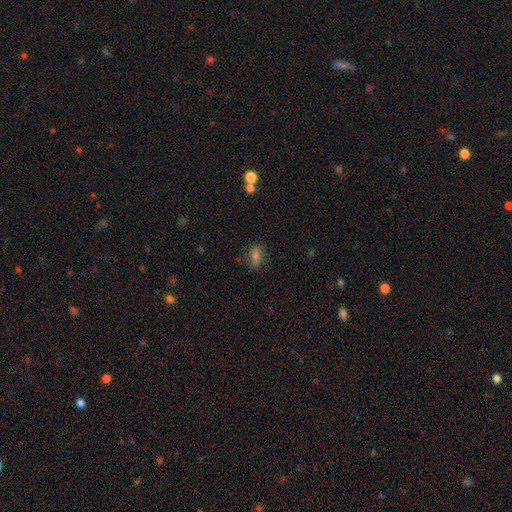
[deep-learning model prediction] Q: Smooth or featured?
A: smooth (65%); runner-up: featured or disk (18%)
Q: How rounded?
A: in between (69%); runner-up: round (26%)
Q: Merging?
A: none (81%); runner-up: minor disturbance (14%)